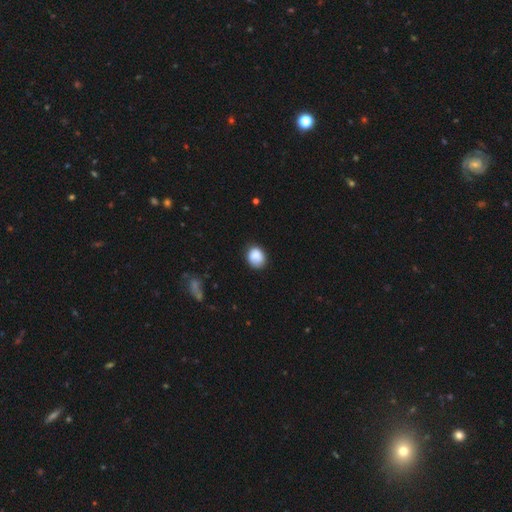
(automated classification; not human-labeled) Smooth or featured: smooth — 83% (featured or disk — 9%)
How rounded: round — 58% (in between — 41%)
Merging: none — 67% (minor disturbance — 24%)